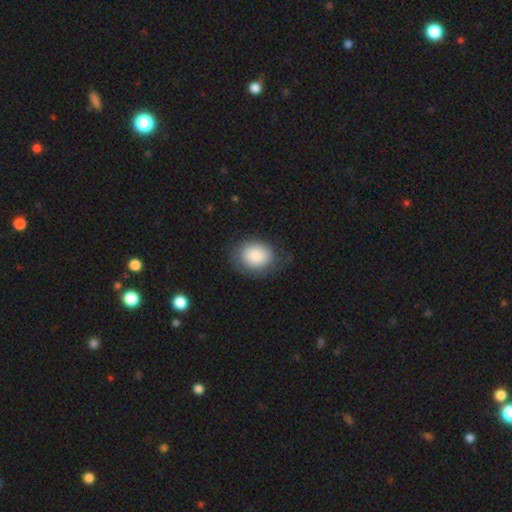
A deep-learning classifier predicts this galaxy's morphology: Overall: smooth (85%). How rounded: round (52%; in between 47%). Merging: none (73%).